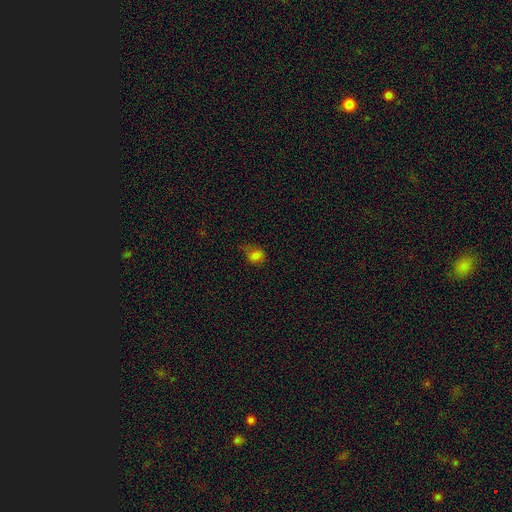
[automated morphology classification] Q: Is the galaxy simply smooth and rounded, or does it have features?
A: smooth — 76%.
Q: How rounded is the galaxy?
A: round — 58%.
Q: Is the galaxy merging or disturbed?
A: none — 47%.